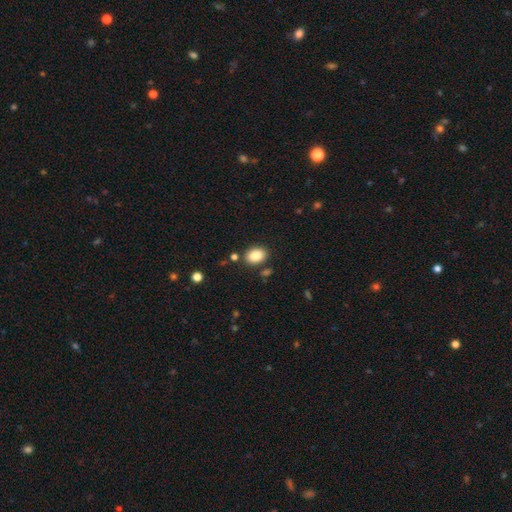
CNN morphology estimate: Q: Smooth or featured?
A: smooth (87%); runner-up: star or artifact (8%)
Q: How rounded?
A: in between (77%); runner-up: round (22%)
Q: Merging?
A: none (83%); runner-up: minor disturbance (10%)